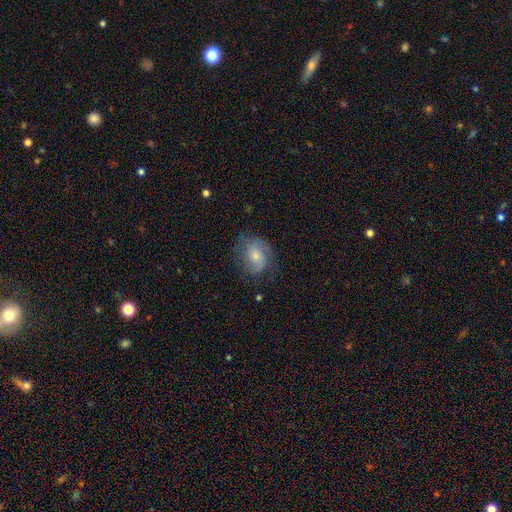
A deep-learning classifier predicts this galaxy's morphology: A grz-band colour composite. It shows a featured or disk galaxy (53%) with no bar (64%), spiral arms (84%) and a moderate central bulge (53%). Merging: none (69%).